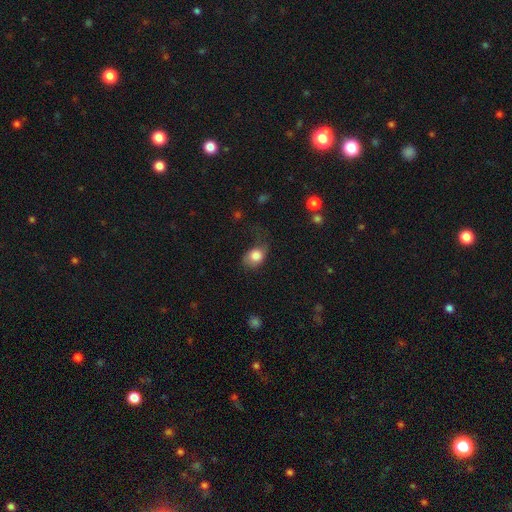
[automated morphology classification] Smooth or featured? smooth (81%)
How rounded? in between (60%)
Merging? none (39%)